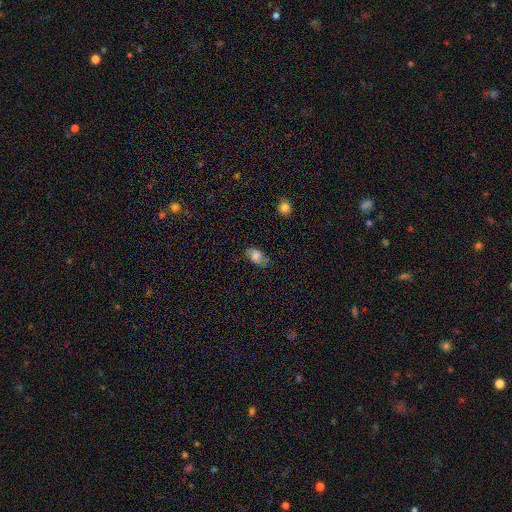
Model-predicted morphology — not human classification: smooth_or_featured: smooth (p=0.68) [alt: featured or disk p=0.22]
how_rounded: in between (p=0.90) [alt: round p=0.08]
merging: none (p=0.67) [alt: minor disturbance p=0.24]